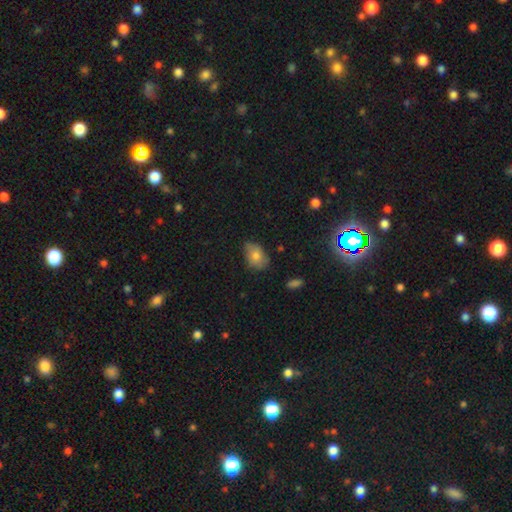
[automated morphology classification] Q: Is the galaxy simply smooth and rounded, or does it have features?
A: smooth — 75%.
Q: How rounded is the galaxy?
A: in between — 83%.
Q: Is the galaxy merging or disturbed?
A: none — 68%.